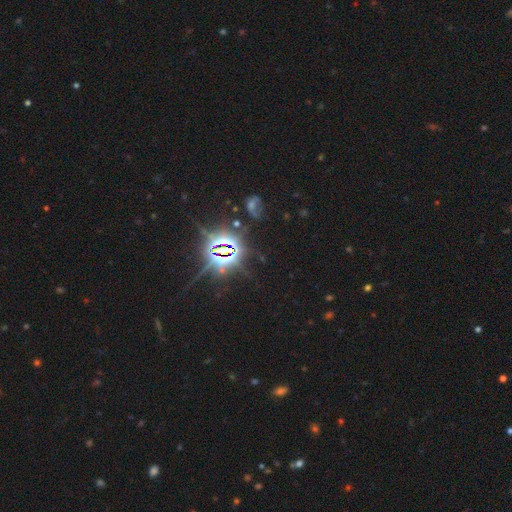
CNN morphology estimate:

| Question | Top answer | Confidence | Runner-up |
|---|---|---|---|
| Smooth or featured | star or artifact | 86% | featured or disk (7%) |